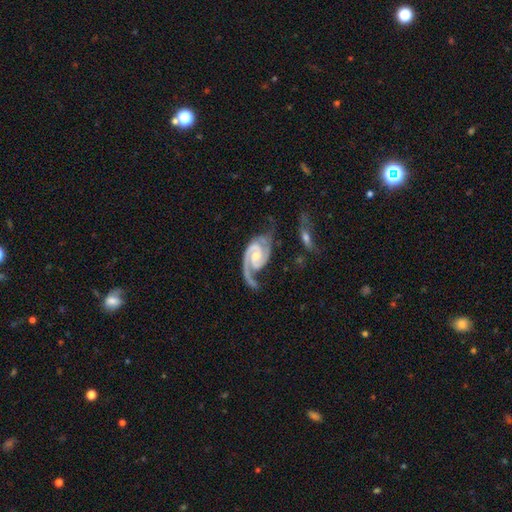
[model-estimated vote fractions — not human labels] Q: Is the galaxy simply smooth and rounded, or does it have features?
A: featured or disk — 93%.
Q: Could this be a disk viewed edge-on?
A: no — 98%.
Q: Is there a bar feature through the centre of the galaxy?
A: no — 47%.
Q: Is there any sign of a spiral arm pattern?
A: yes — 99%.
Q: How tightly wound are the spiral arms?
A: medium — 47%.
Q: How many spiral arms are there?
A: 2 — 87%.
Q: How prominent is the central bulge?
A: moderate — 52%.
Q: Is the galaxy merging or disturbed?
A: none — 53%.